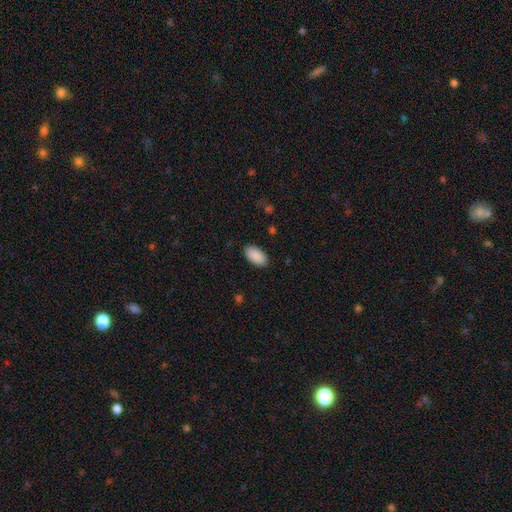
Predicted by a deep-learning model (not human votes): Smooth or featured? smooth (91%)
How rounded? in between (96%)
Merging? none (89%)